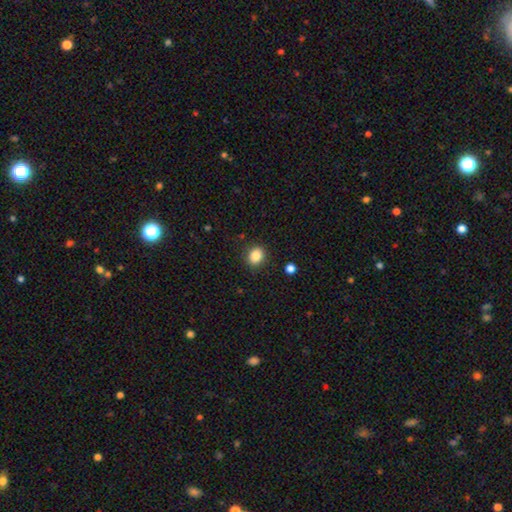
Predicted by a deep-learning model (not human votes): A smooth galaxy with no disk features (87%) that is round (55%). Merging: none (87%).